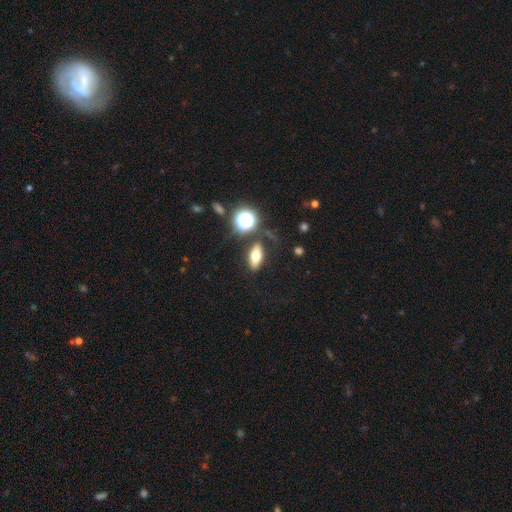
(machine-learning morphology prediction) This appears to be a smooth galaxy with no disk features (59%) that is in between round and cigar-shaped (66%). Merging: none (80%).